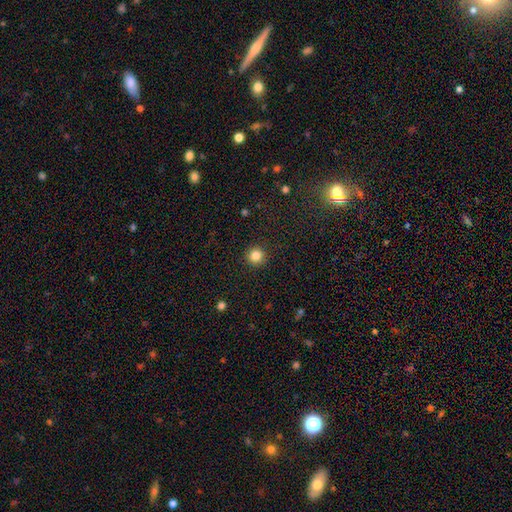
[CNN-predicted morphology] This appears to be a smooth galaxy with no disk features (84%) that is round (95%). Merging: none (93%).